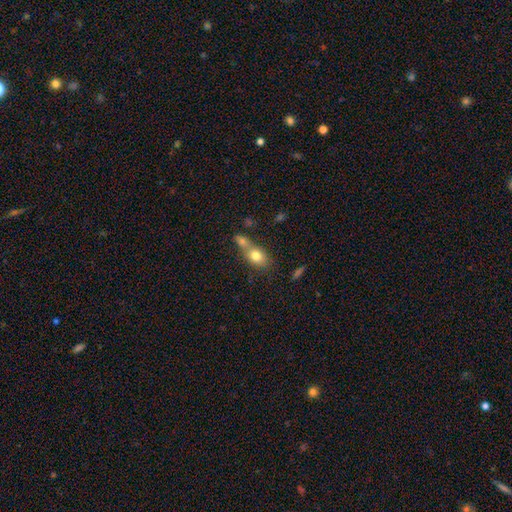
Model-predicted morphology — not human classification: A smooth galaxy with no disk features (76%) that is in between round and cigar-shaped (65%).

Vote fractions:
- Smooth or featured? smooth: 76% / featured or disk: 15% / star or artifact: 9%
- How rounded? in between: 65% / round: 31% / cigar-shaped: 4%
- Merging? merger: 50% / none: 33% / minor disturbance: 11% / major disturbance: 6%